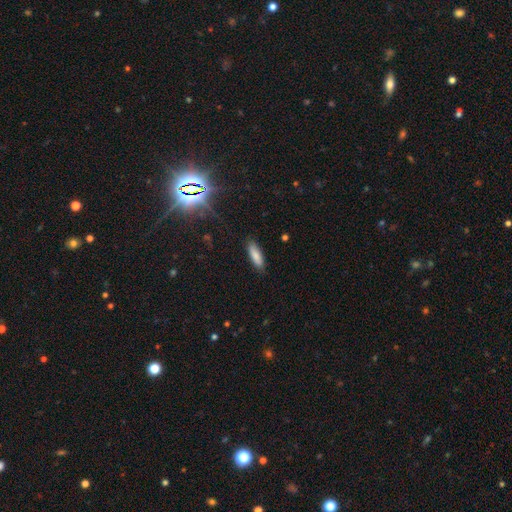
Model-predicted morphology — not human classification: Overall: smooth (83%). How rounded: cigar-shaped (49%, tied with in between). Merging: none (87%).